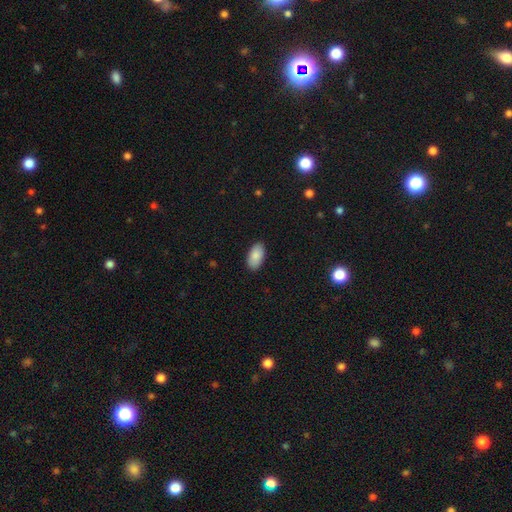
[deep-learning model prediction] Morphology: type=smooth (86%); roundness=in between (95%); merging=none (88%).